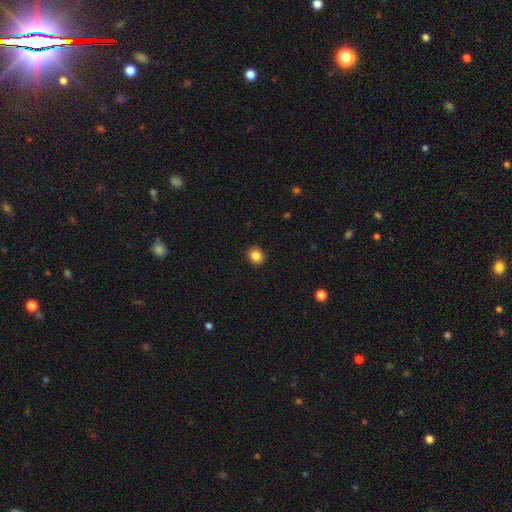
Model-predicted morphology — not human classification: This appears to be a smooth galaxy with no disk features (85%) that is round (74%). Merging: none (92%).